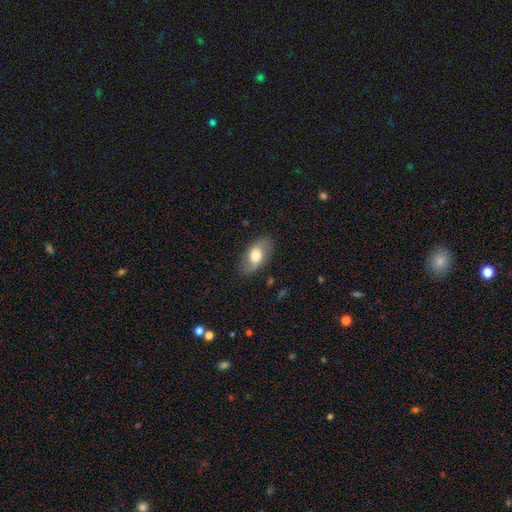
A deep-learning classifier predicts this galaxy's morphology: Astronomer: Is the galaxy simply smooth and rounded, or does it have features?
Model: smooth — 56% (runner-up: featured or disk, 38%).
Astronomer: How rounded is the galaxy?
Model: in between — 90%.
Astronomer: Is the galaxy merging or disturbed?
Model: none — 81%.